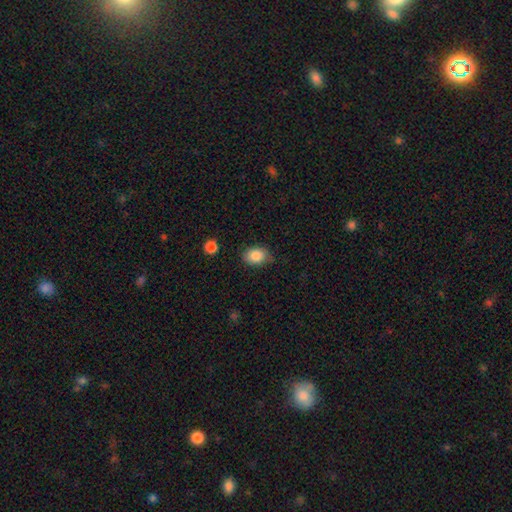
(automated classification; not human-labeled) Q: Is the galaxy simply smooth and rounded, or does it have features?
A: smooth — 86%.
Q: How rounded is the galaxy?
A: in between — 70%.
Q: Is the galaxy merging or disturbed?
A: none — 78%.